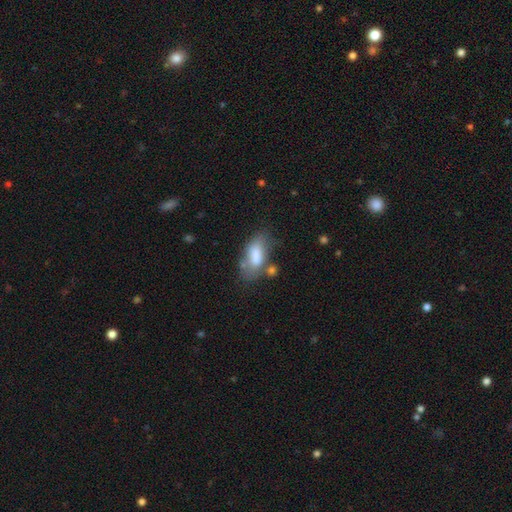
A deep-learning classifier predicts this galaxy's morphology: type=smooth (73%); roundness=in between (86%); merging=none (42%).